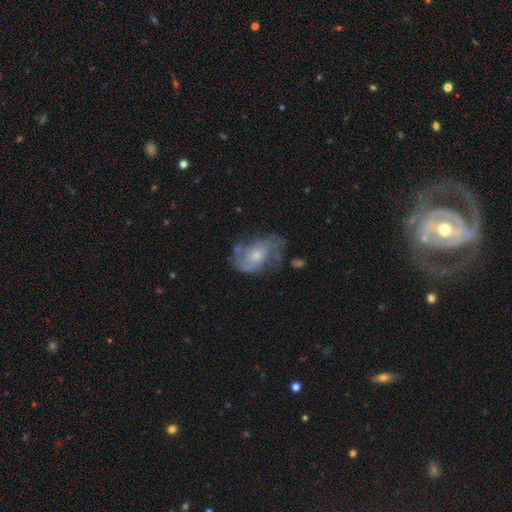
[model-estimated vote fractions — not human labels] This appears to be a featured or disk galaxy (65%) with no bar (70%), spiral arms (73%) and a small central bulge (49%). Merging: none (48%).